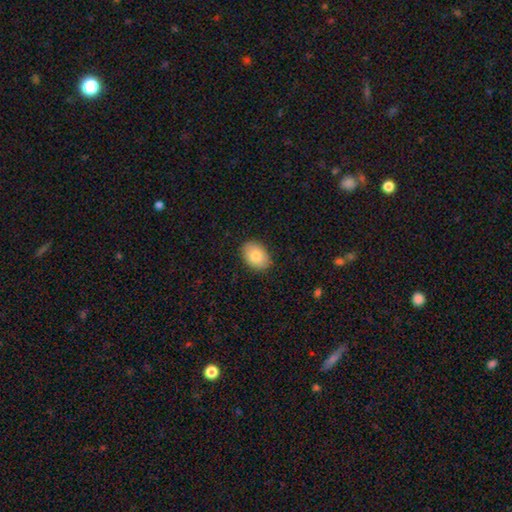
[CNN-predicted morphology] smooth_or_featured: smooth (p=0.84) [alt: featured or disk p=0.10]
how_rounded: in between (p=0.79) [alt: round p=0.20]
merging: none (p=0.88) [alt: minor disturbance p=0.09]